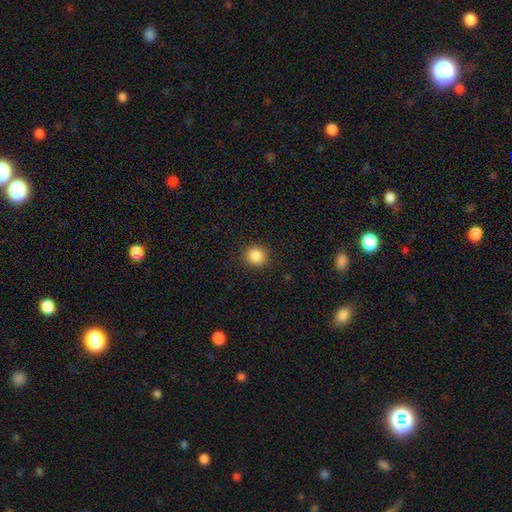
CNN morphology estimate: Smooth or featured: smooth — 87% (star or artifact — 10%)
How rounded: round — 88% (in between — 11%)
Merging: none — 90% (minor disturbance — 7%)